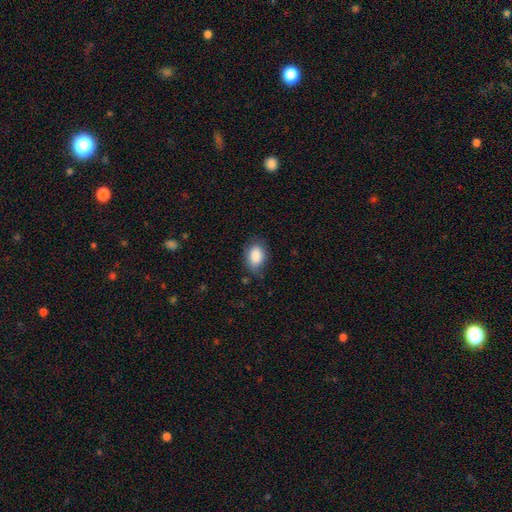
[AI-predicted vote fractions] Q: Smooth or featured?
A: smooth (87%); runner-up: star or artifact (7%)
Q: How rounded?
A: in between (83%); runner-up: round (16%)
Q: Merging?
A: none (70%); runner-up: minor disturbance (23%)